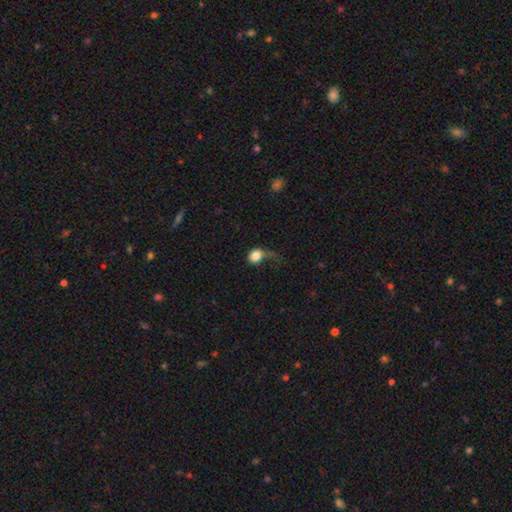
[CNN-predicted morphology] Smooth or featured? Predicted: smooth (p=0.78). How rounded? Predicted: round (p=0.68). Merging? Predicted: major disturbance (p=0.47).